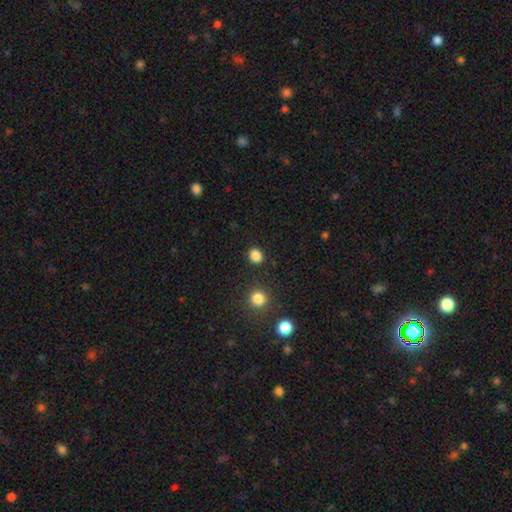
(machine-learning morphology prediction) A smooth galaxy with no disk features (85%) that is round (71%).

Vote fractions:
- Smooth or featured? smooth: 85% / star or artifact: 12% / featured or disk: 3%
- How rounded? round: 71% / in between: 28% / cigar-shaped: 1%
- Merging? none: 88% / minor disturbance: 7% / major disturbance: 2% / merger: 2%